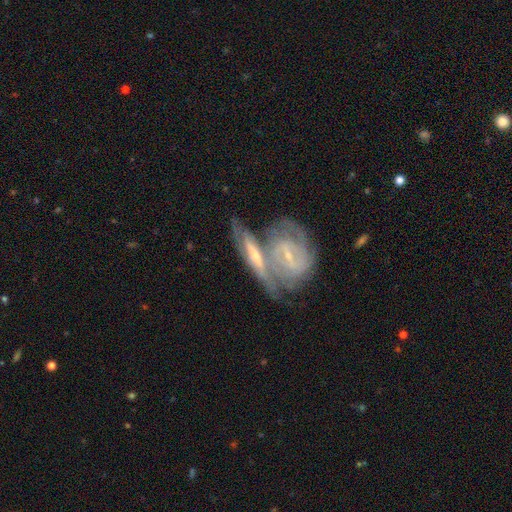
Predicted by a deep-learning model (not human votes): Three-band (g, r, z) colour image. It shows a featured or disk galaxy (80%) with a weak bar (43%), 2 (38%) tight (58%) spiral arms (88%) and a small central bulge (71%). Merging: merger (60%).